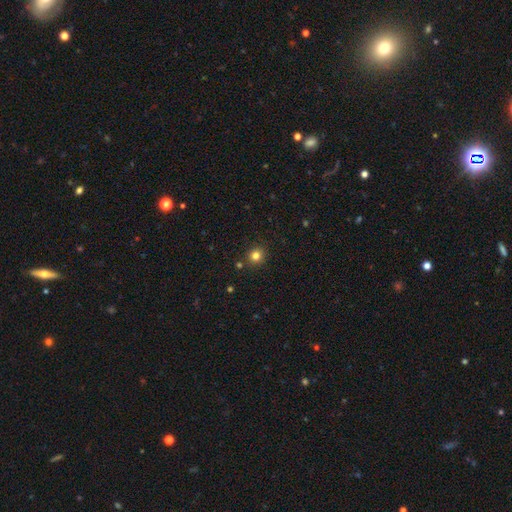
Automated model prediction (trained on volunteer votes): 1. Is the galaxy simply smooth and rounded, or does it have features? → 80% smooth, 14% star or artifact, 6% featured or disk.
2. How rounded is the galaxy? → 88% round, 11% in between, 1% cigar-shaped.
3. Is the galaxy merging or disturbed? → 87% none, 7% minor disturbance, 4% merger, 2% major disturbance.